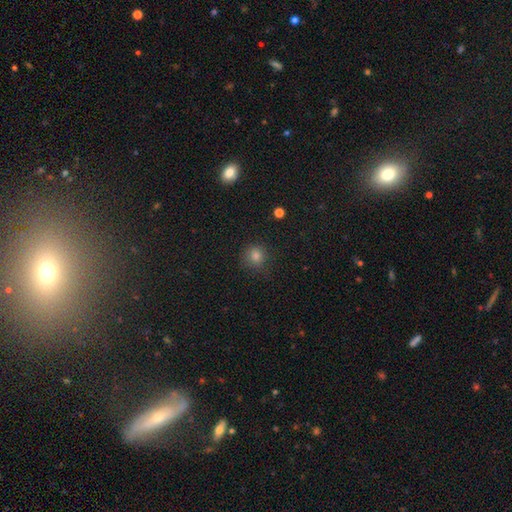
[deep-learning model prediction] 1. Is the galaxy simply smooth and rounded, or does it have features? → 78% smooth, 17% star or artifact, 5% featured or disk.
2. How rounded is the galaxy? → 89% round, 10% in between, 1% cigar-shaped.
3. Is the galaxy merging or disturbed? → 82% none, 13% minor disturbance, 4% major disturbance, 1% merger.